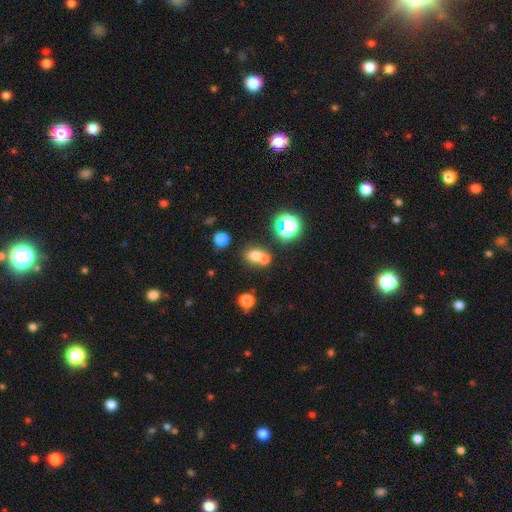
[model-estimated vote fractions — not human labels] The model was most divided on "how rounded": round: 54%, in between: 44%, cigar-shaped: 1%. More confident: smooth or featured — smooth (67%); merging — merger (53%).